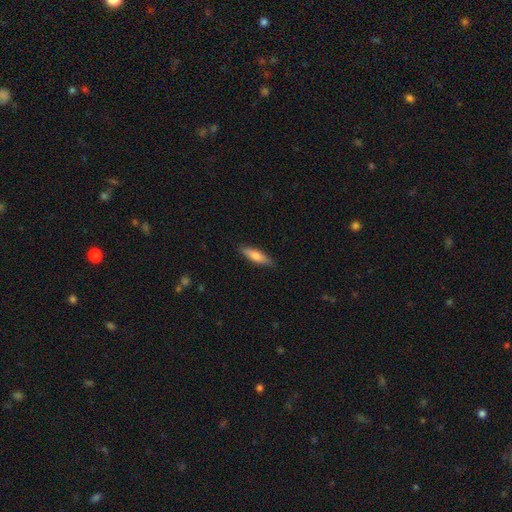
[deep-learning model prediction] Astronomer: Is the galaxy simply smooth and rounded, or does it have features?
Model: smooth — 71%.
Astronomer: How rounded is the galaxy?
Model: cigar-shaped — 62%.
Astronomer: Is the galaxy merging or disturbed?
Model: none — 87%.